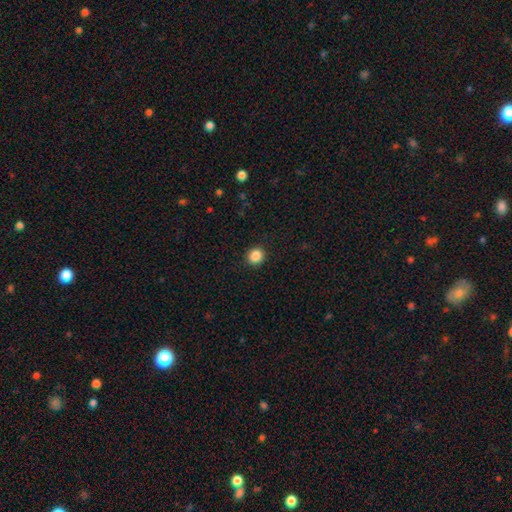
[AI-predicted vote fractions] A smooth galaxy with no disk features (87%) that is round (82%).

Vote fractions:
- Smooth or featured? smooth: 87% / star or artifact: 10% / featured or disk: 3%
- How rounded? round: 82% / in between: 17% / cigar-shaped: 1%
- Merging? none: 91% / minor disturbance: 6% / major disturbance: 2% / merger: 1%